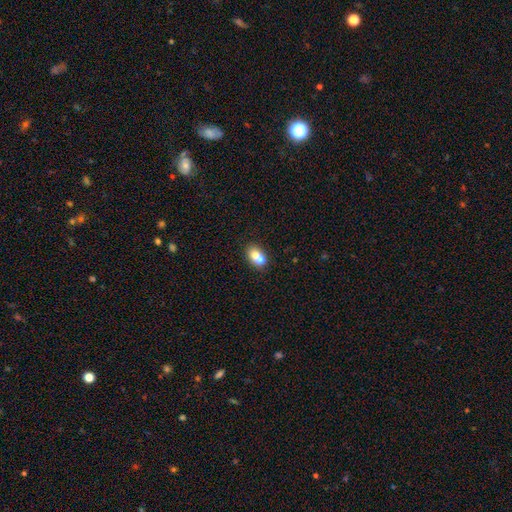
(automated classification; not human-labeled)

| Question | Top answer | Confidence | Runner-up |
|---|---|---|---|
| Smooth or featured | smooth | 70% | featured or disk (20%) |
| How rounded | in between | 68% | round (30%) |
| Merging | merger | 55% | none (33%) |